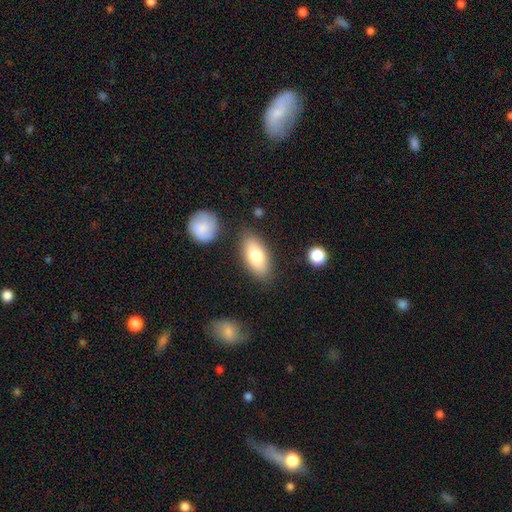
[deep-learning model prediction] smooth_or_featured: smooth (p=0.77) [alt: featured or disk p=0.17]
how_rounded: in between (p=0.88) [alt: cigar-shaped p=0.08]
merging: none (p=0.81) [alt: minor disturbance p=0.12]